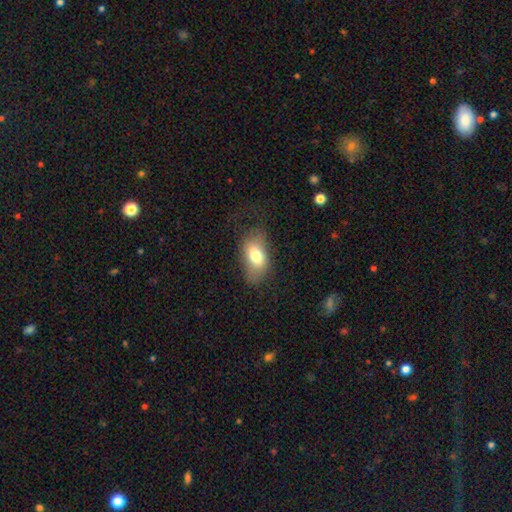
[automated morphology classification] type=smooth (72%); roundness=in between (90%); merging=none (57%).